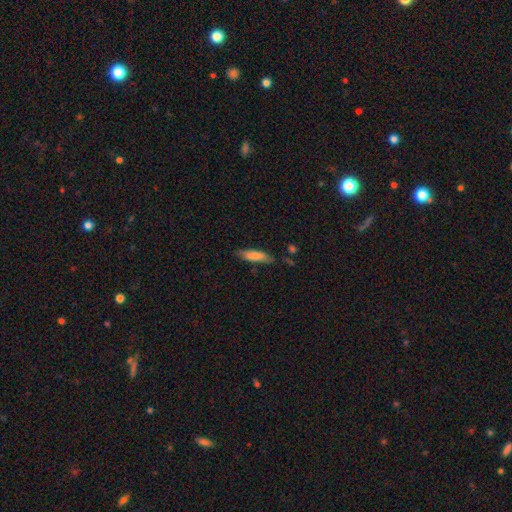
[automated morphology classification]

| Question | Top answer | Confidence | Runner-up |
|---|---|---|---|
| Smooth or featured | smooth | 78% | featured or disk (16%) |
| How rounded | cigar-shaped | 69% | in between (29%) |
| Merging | none | 72% | minor disturbance (20%) |